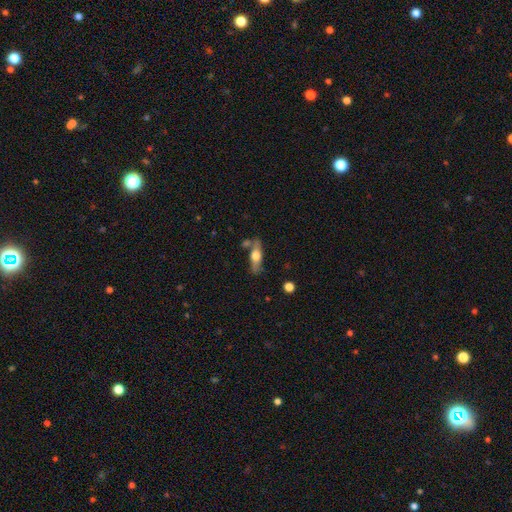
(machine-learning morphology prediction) A featured or disk galaxy (52%) viewed edge-on (83%).

Vote fractions:
- Smooth or featured? featured or disk: 52% / smooth: 41% / star or artifact: 6%
- Edge-on disk? yes: 83% / no: 17%
- Merging? none: 68% / minor disturbance: 16% / merger: 10% / major disturbance: 5%